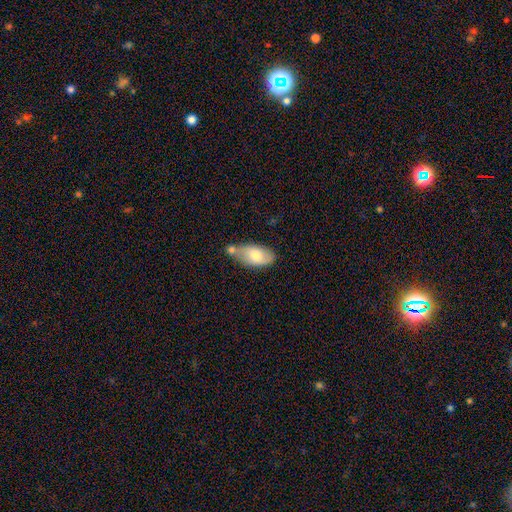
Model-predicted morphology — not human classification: A smooth galaxy with no disk features (70%) that is in between round and cigar-shaped (92%). Merging: none (48%).